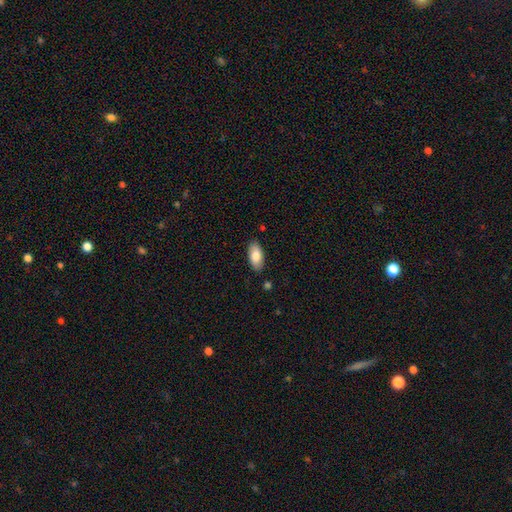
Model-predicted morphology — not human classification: This is clearly a smooth galaxy (83%). How rounded: clearly in between (91%). Merging: clearly none (86%).